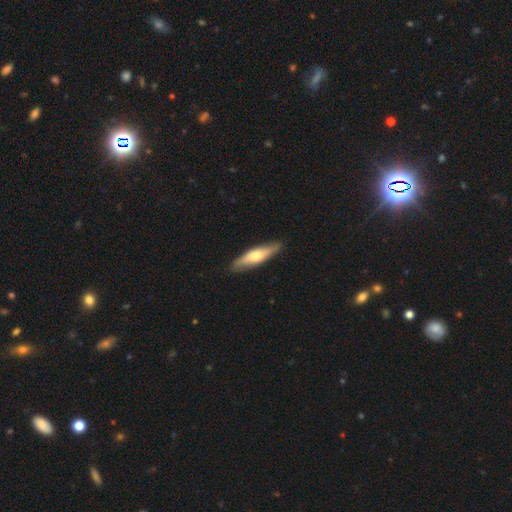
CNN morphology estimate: type=smooth (53%); roundness=cigar-shaped (74%); merging=none (88%).